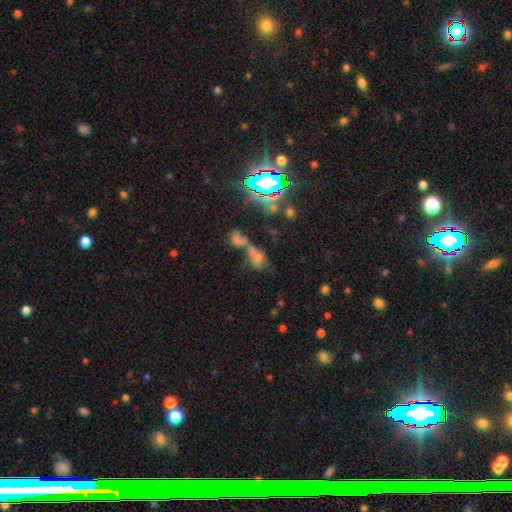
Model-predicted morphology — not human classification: Smooth or featured? Predicted: smooth (p=0.41). Merging? Predicted: merger (p=0.59).